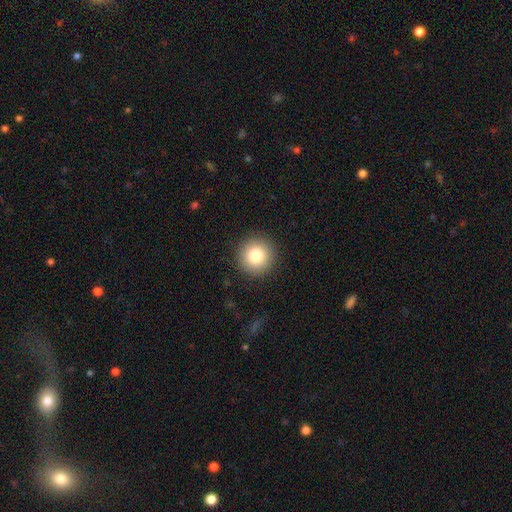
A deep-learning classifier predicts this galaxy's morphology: Smooth or featured? smooth (83%)
How rounded? round (95%)
Merging? none (91%)